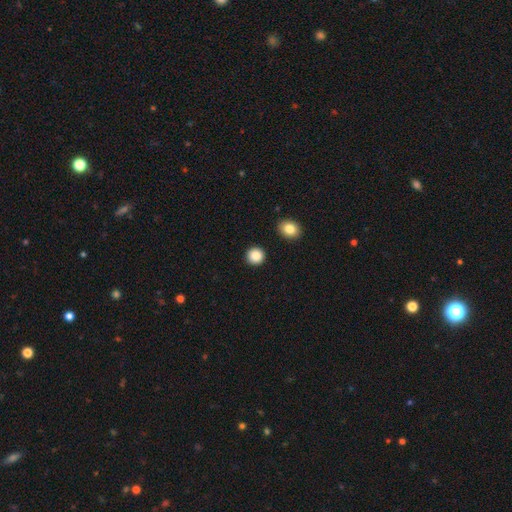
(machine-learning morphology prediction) smooth_or_featured: smooth (p=0.87) [alt: star or artifact p=0.09]
how_rounded: round (p=0.92) [alt: in between p=0.07]
merging: none (p=0.91) [alt: minor disturbance p=0.05]